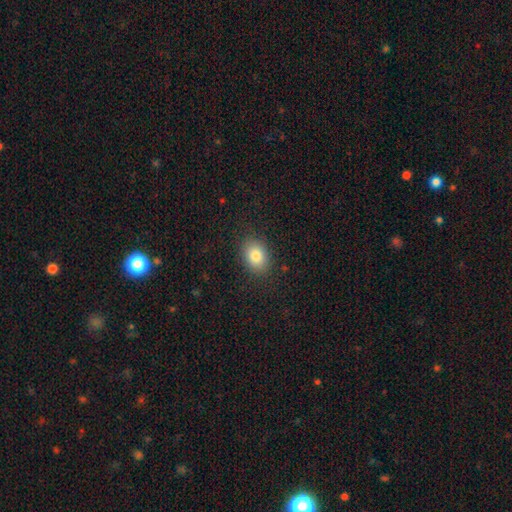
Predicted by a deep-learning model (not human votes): Morphology: type=smooth (83%); roundness=in between (66%); merging=none (86%).